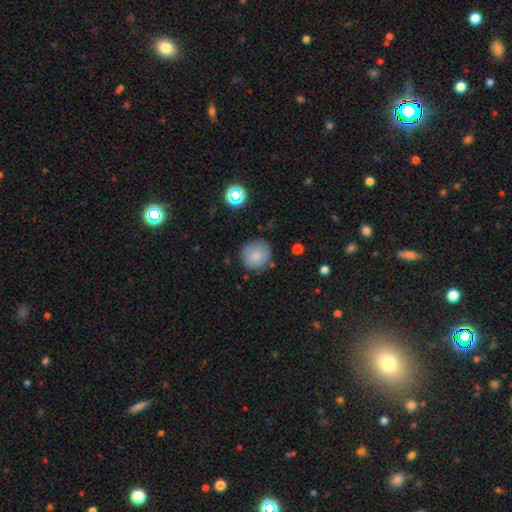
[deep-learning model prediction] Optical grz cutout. It shows a smooth galaxy with no disk features (82%) that is round (91%). Merging: none (79%).